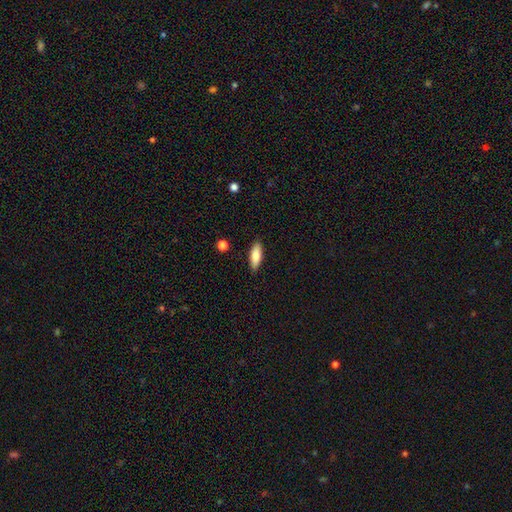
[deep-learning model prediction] Smooth or featured?
  - smooth: 80% *
  - featured or disk: 13%
  - star or artifact: 6%
How rounded?
  - in between: 70% *
  - cigar-shaped: 28%
  - round: 2%
Merging?
  - none: 88% *
  - minor disturbance: 9%
  - major disturbance: 2%
  - merger: 1%